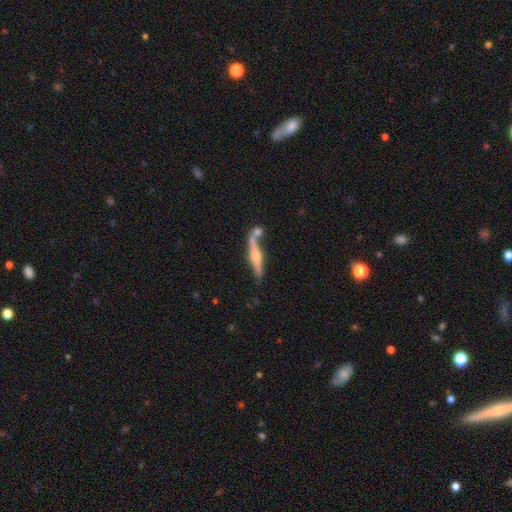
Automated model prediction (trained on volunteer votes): Q: Smooth or featured?
A: featured or disk (67%); runner-up: smooth (27%)
Q: Edge-on disk?
A: yes (95%); runner-up: no (5%)
Q: Edge-on bulge?
A: rounded (88%); runner-up: boxy (6%)
Q: Merging?
A: none (62%); runner-up: merger (21%)